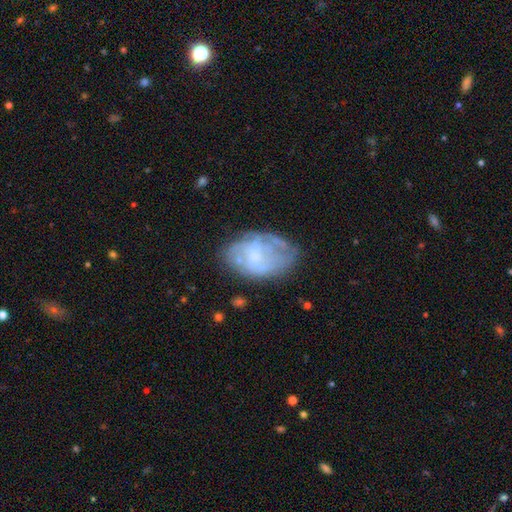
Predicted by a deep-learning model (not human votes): The model was most divided on "spiral arms": no: 56%, yes: 44%. Remaining: edge-on disk — no (97%); bar — no (71%); merging — none (55%); smooth or featured — featured or disk (55%); bulge size — none (42%).